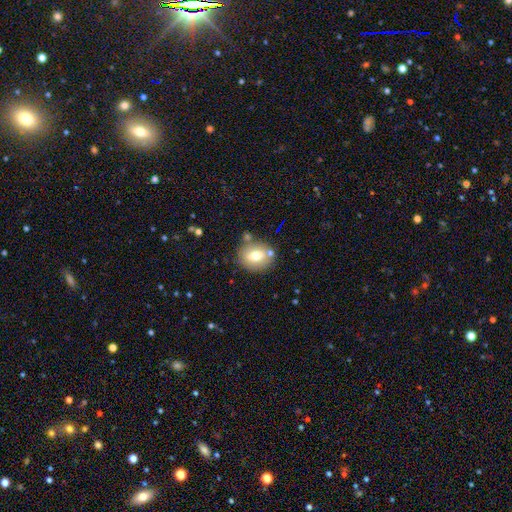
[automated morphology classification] The model was most divided on "how rounded": round: 56%, in between: 43%, cigar-shaped: 1%. More confident: merging — none (75%); smooth or featured — smooth (70%).